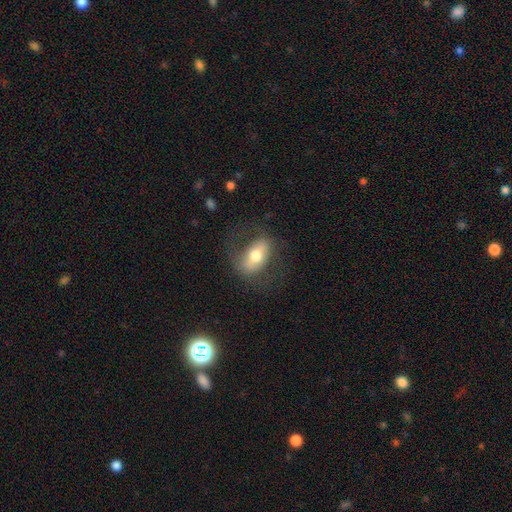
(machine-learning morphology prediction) Overall: smooth (52%; featured or disk 41%). How rounded: in between (86%). Merging: none (68%).